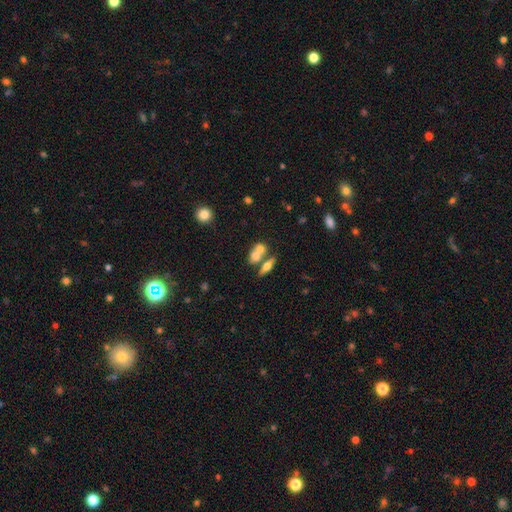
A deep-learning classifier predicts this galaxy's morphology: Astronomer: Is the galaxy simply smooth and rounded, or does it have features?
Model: smooth — 59%.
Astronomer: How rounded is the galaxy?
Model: in between — 63%.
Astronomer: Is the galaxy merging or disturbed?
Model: merger — 53% (runner-up: none, 35%).